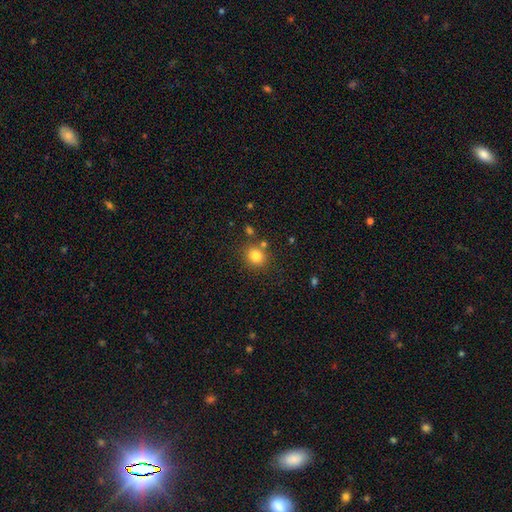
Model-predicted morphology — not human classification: Smooth or featured: smooth — 80% (star or artifact — 12%)
How rounded: round — 79% (in between — 20%)
Merging: none — 77% (minor disturbance — 10%)